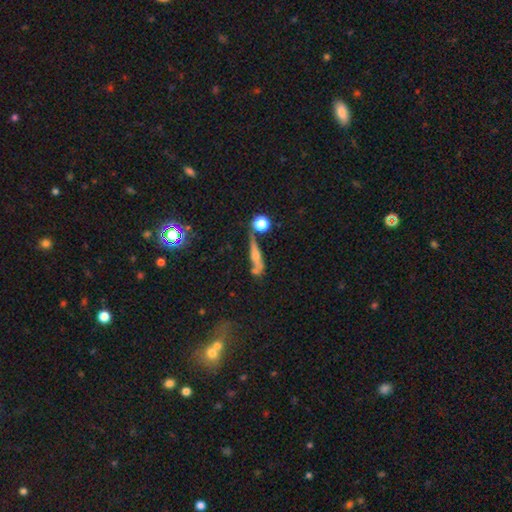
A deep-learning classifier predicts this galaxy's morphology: A featured or disk galaxy (50%). Merging: none (52%).